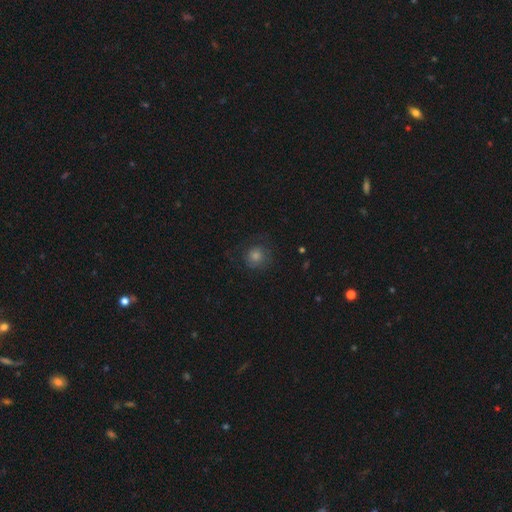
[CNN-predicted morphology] smooth-or-featured: smooth: 64% | star or artifact: 18% | featured or disk: 17%
  how-rounded: round: 91% | in between: 8% | cigar-shaped: 1%
  merging: none: 77% | minor disturbance: 13% | major disturbance: 9% | merger: 1%